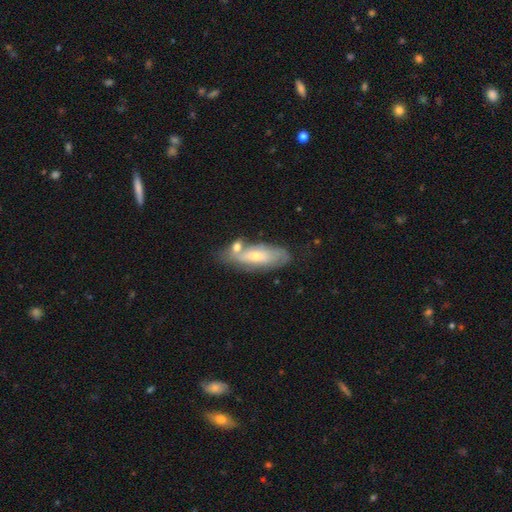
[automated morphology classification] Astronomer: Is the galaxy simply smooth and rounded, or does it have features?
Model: featured or disk — 54% (runner-up: smooth, 39%).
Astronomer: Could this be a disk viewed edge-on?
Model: no — 75%.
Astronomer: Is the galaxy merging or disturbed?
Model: none — 53%.